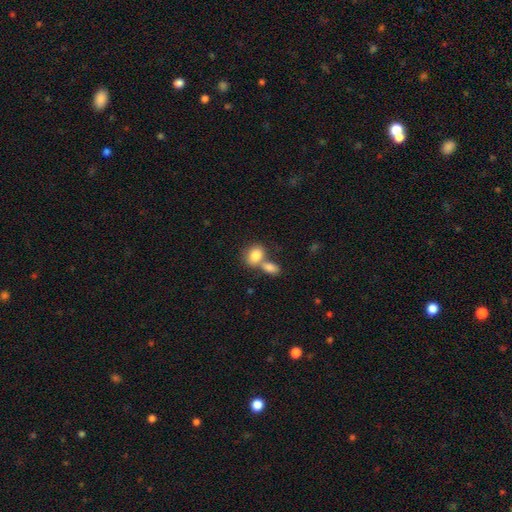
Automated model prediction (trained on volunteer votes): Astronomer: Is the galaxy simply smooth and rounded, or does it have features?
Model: smooth — 83%.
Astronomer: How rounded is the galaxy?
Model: in between — 69%.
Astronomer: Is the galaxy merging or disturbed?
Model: merger — 52% (runner-up: none, 35%).